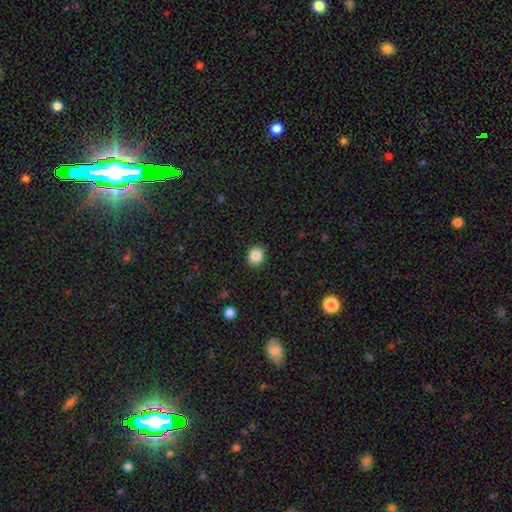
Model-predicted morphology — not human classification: smooth 85%, star or artifact 10%, featured or disk 5%. Down the decision tree: how rounded — round (70%); merging — none (91%).